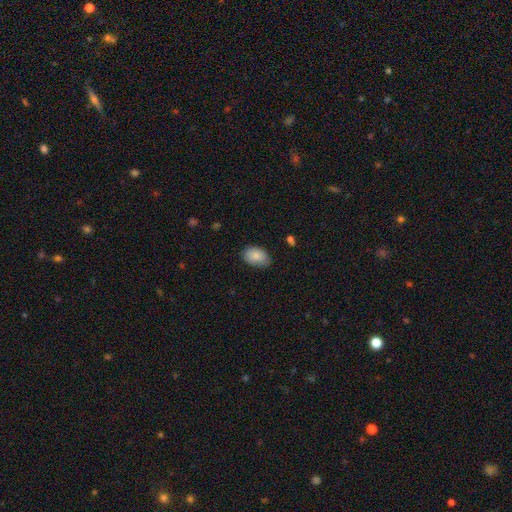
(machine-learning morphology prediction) Smooth or featured? Predicted: smooth (p=0.85). How rounded? Predicted: in between (p=0.86). Merging? Predicted: none (p=0.71).